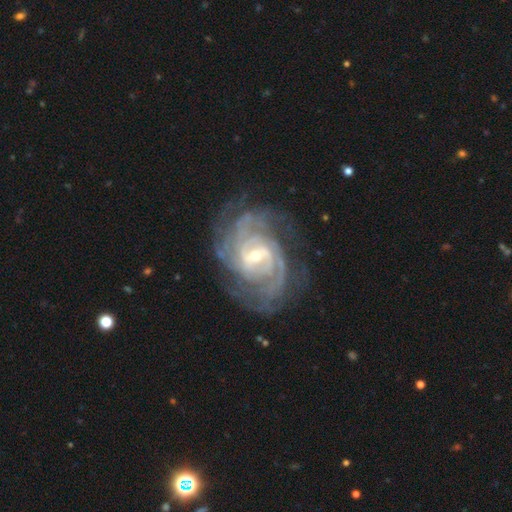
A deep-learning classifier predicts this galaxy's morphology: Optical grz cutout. It shows a featured or disk galaxy (91%) with a weak bar (53%), tight (67%) spiral arms (98%) and a small central bulge (60%). Merging: none (74%).